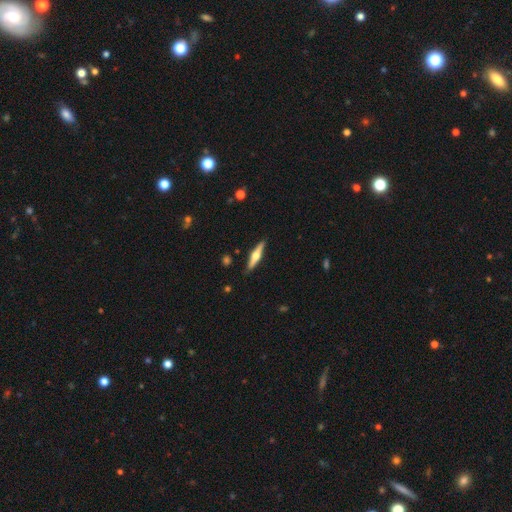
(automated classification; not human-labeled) Smooth or featured? Predicted: featured or disk (p=0.63). Edge-on disk? Predicted: yes (p=0.96). Edge-on bulge? Predicted: rounded (p=0.93). Merging? Predicted: none (p=0.89).